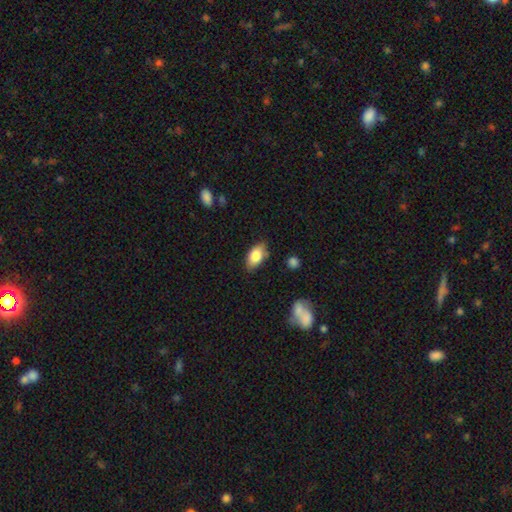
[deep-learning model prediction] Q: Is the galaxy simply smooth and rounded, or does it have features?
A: smooth — 81%.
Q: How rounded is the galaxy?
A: in between — 91%.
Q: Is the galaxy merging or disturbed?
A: none — 80%.